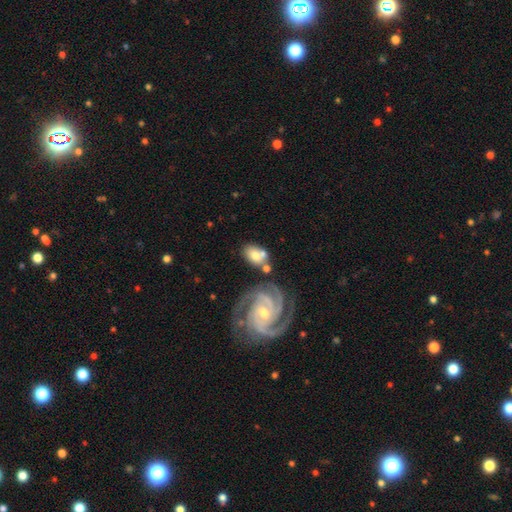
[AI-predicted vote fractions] smooth 50%, featured or disk 42%, star or artifact 8%. Down the decision tree: how rounded — in between (74%); merging — none (53%).